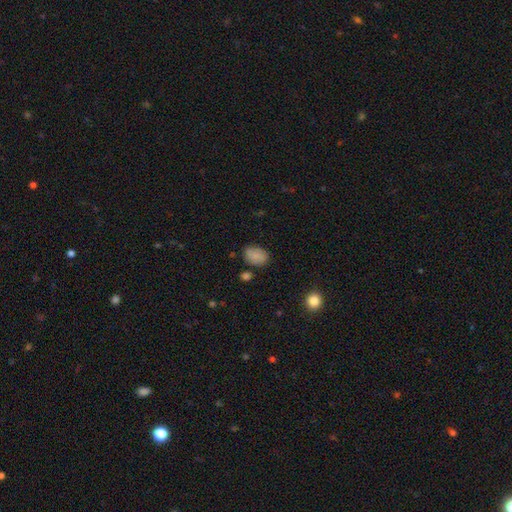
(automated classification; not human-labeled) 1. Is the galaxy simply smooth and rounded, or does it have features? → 85% smooth, 8% star or artifact, 6% featured or disk.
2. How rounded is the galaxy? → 78% in between, 21% round, 1% cigar-shaped.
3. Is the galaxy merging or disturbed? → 75% none, 18% minor disturbance, 4% merger, 4% major disturbance.